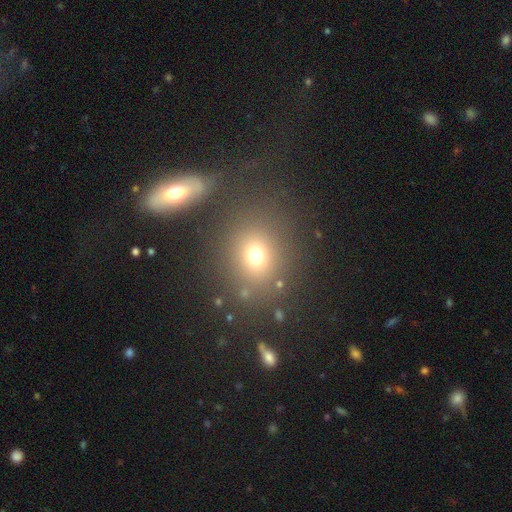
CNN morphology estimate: Smooth or featured?
  - smooth: 71% *
  - star or artifact: 18%
  - featured or disk: 10%
How rounded?
  - round: 71% *
  - in between: 28%
  - cigar-shaped: 1%
Merging?
  - none: 75% *
  - merger: 10%
  - minor disturbance: 10%
  - major disturbance: 5%